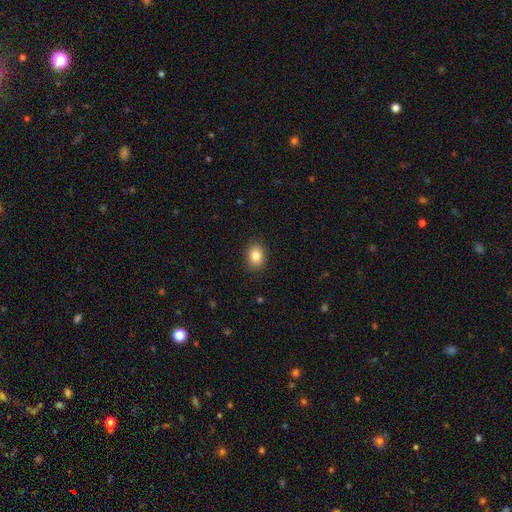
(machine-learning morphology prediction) This is clearly a smooth galaxy (85%). How rounded: likely in between (62%). Merging: clearly none (88%).